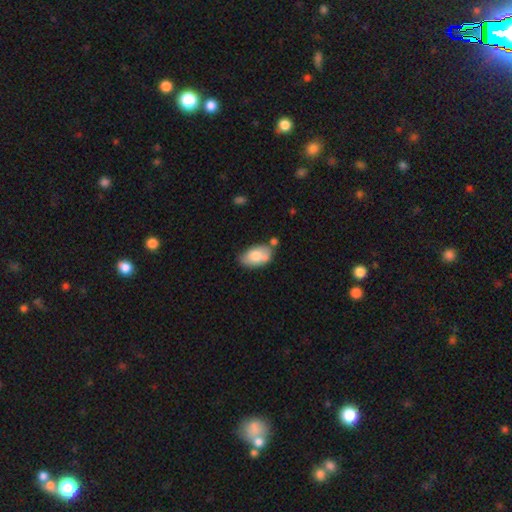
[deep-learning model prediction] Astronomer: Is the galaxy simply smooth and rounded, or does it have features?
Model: smooth — 72%.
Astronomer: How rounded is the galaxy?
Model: in between — 93%.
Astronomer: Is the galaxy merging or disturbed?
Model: none — 55%.